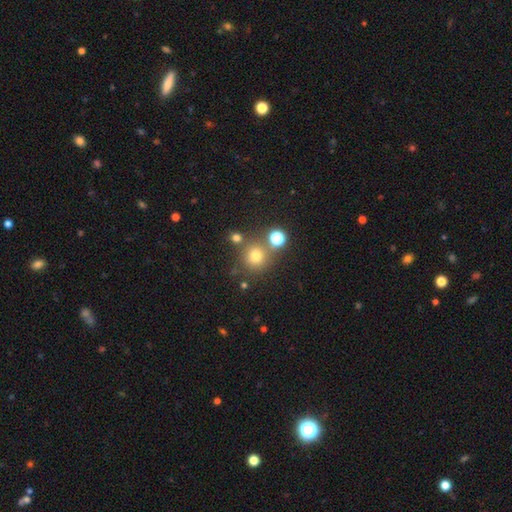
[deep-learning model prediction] Morphology: type=smooth (71%); roundness=round (91%); merging=none (73%).